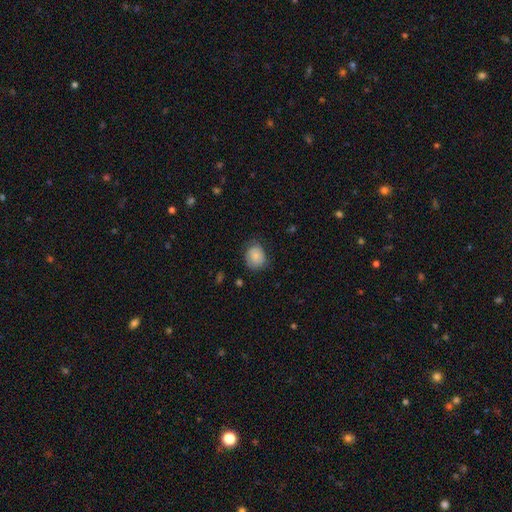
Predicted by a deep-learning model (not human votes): Smooth or featured: smooth — 79% (featured or disk — 14%)
How rounded: round — 62% (in between — 38%)
Merging: none — 64% (minor disturbance — 27%)